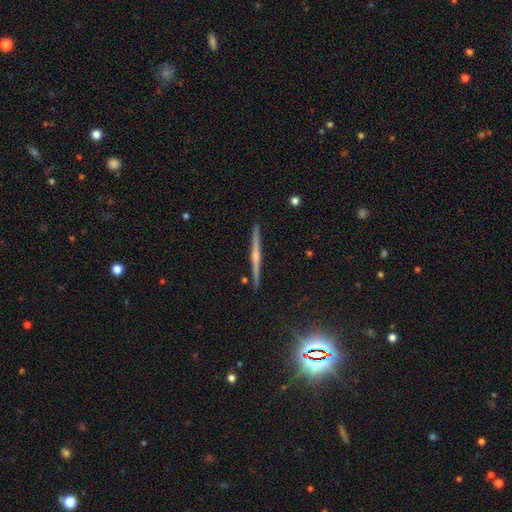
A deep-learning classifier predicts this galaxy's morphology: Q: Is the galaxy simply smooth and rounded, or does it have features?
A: featured or disk — 72%.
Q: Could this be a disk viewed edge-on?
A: yes — 98%.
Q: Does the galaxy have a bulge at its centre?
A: rounded — 66%.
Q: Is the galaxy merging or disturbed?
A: none — 91%.